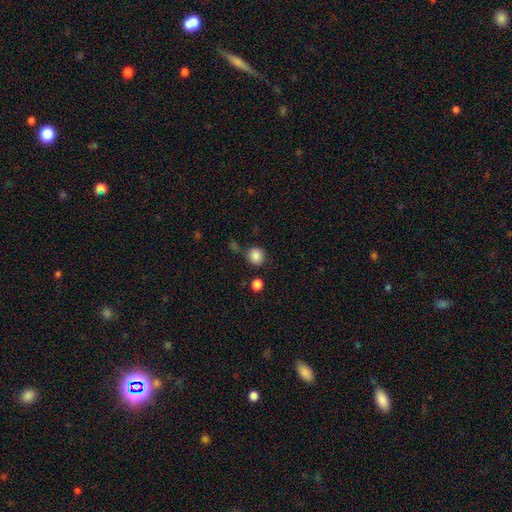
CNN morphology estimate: Smooth or featured: smooth — 86% (star or artifact — 10%)
How rounded: round — 90% (in between — 9%)
Merging: none — 79% (minor disturbance — 11%)